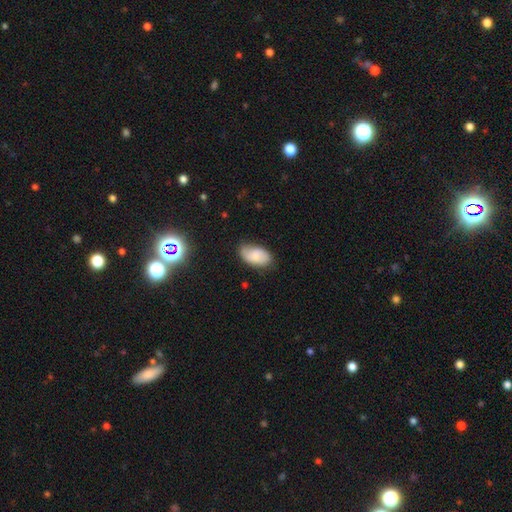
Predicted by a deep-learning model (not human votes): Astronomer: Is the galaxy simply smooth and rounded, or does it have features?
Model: smooth — 72%.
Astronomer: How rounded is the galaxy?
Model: in between — 94%.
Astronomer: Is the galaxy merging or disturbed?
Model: none — 67%.